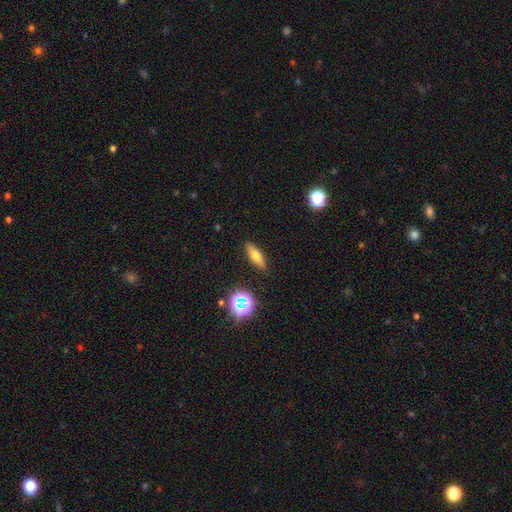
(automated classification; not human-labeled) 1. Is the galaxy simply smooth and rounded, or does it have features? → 61% smooth, 27% featured or disk, 12% star or artifact.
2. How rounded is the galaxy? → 50% cigar-shaped, 46% in between, 5% round.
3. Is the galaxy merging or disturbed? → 89% none, 8% minor disturbance, 2% major disturbance, 2% merger.